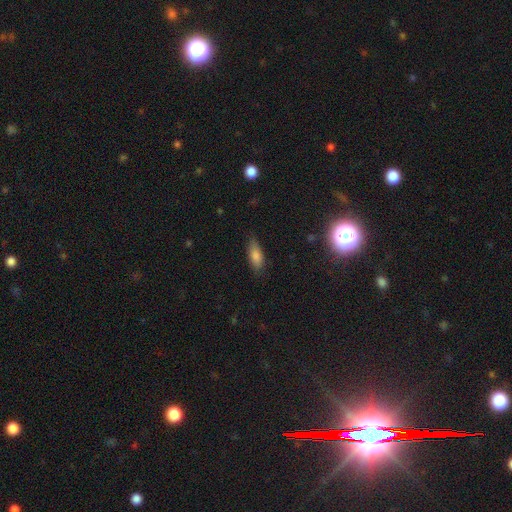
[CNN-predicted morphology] Smooth or featured: smooth — 81% (featured or disk — 11%)
How rounded: in between — 76% (cigar-shaped — 22%)
Merging: none — 77% (minor disturbance — 18%)